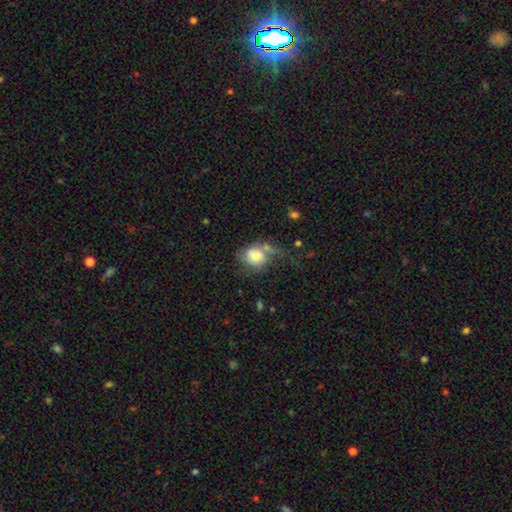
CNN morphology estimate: Smooth or featured? Predicted: smooth (p=0.66). How rounded? Predicted: round (p=0.59). Merging? Predicted: major disturbance (p=0.32).